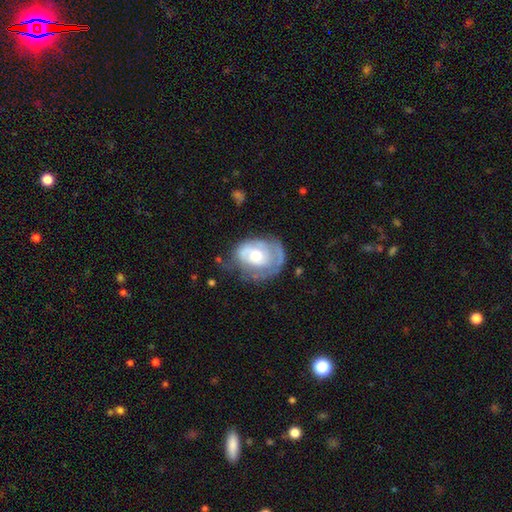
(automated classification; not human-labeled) Q: Smooth or featured?
A: featured or disk (61%); runner-up: smooth (33%)
Q: Edge-on disk?
A: no (96%); runner-up: yes (4%)
Q: Bar?
A: no (79%); runner-up: weak (18%)
Q: Spiral arms?
A: yes (61%); runner-up: no (39%)
Q: Bulge size?
A: moderate (62%); runner-up: small (17%)
Q: Merging?
A: none (46%); runner-up: minor disturbance (29%)